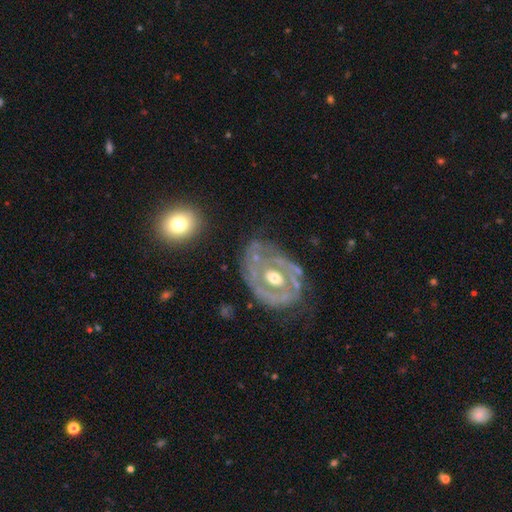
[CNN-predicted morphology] This is likely a featured or disk galaxy (79%). It is clearly not viewed edge-on (96%). Bar: likely no (70%). Spiral arm pattern: possibly yes (60%). Central bulge: likely moderate (72%). Merging: possibly none (57%).